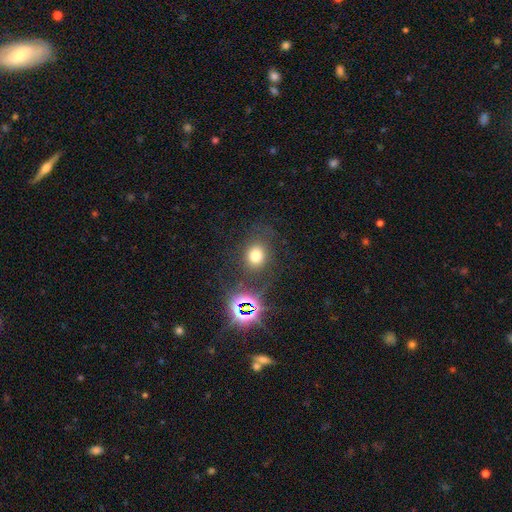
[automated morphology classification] type=smooth (68%); roundness=round (63%); merging=none (76%).